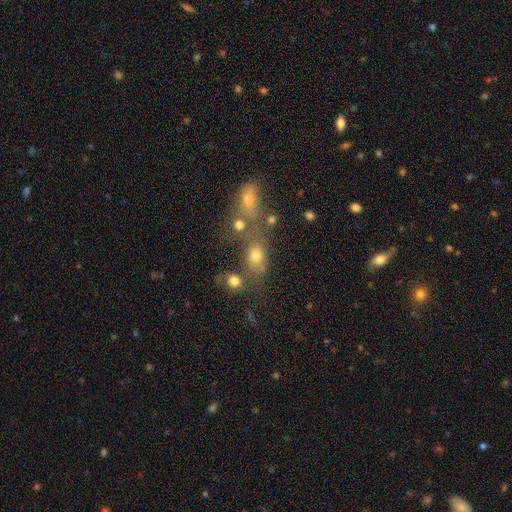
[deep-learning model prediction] Morphology: type=smooth (66%); roundness=in between (60%); merging=none (43%).